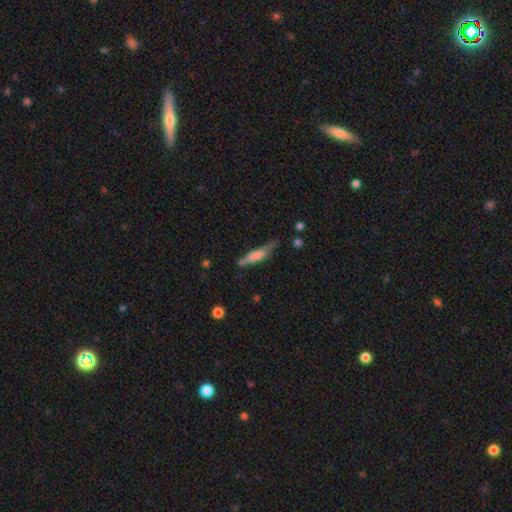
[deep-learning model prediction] A smooth galaxy with no disk features (58%) that is cigar-shaped (76%). Merging: none (55%).